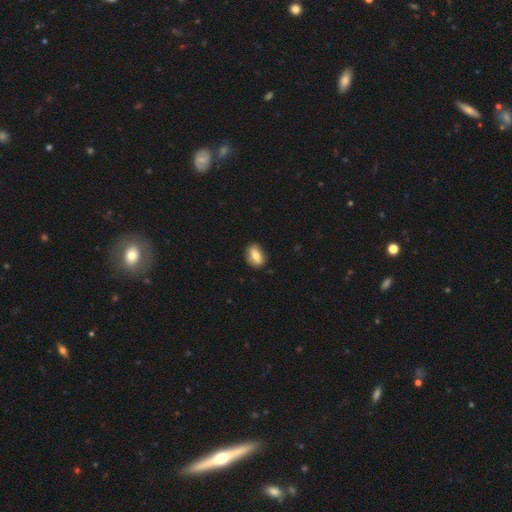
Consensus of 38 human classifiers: Smooth or featured: smooth — 61% (featured or disk — 29%)
How rounded: in between — 83% (round — 13%)
Merging: none — 85% (minor disturbance — 12%)